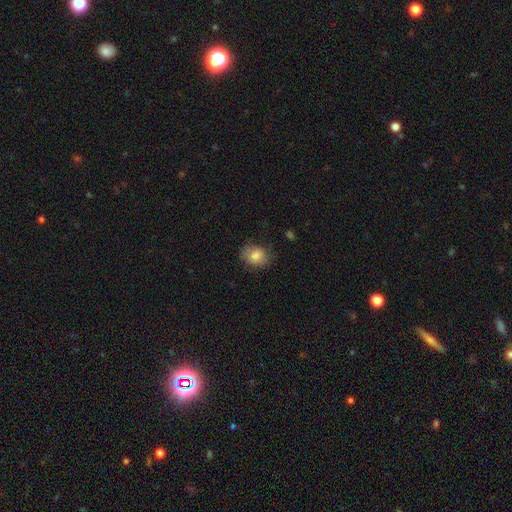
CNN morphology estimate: smooth 83%, featured or disk 9%, star or artifact 8%. Down the decision tree: how rounded — in between (57%); merging — none (72%).